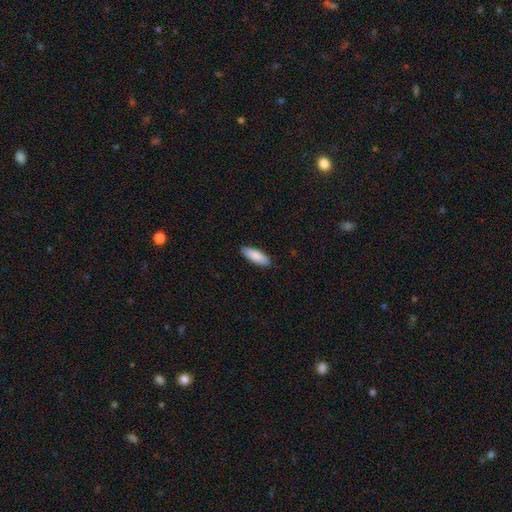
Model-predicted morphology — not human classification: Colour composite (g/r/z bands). It shows a smooth galaxy with no disk features (88%) that is in between round and cigar-shaped (61%). Merging: none (90%).